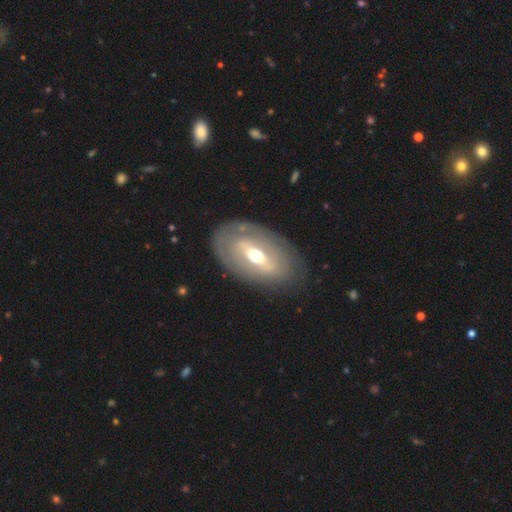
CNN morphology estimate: smooth-or-featured: featured or disk: 68% | smooth: 25% | star or artifact: 6%
  disk-edge-on: no: 89% | yes: 11%
    bar: weak: 39% | strong: 33% | no: 28%
    has-spiral-arms: no: 58% | yes: 42%
    bulge-size: moderate: 70% | small: 19% | large: 9% | dominant: 1% | none: 1%
  merging: none: 78% | minor disturbance: 15% | major disturbance: 6% | merger: 2%